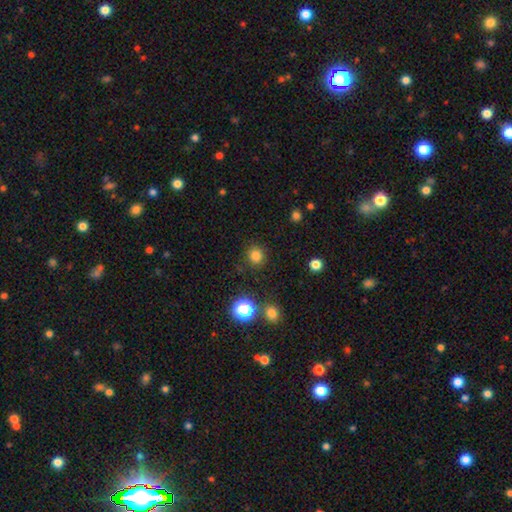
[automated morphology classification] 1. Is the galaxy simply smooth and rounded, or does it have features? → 80% smooth, 15% star or artifact, 5% featured or disk.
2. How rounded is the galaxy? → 93% round, 6% in between, 1% cigar-shaped.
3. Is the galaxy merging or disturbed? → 89% none, 7% minor disturbance, 3% major disturbance, 2% merger.